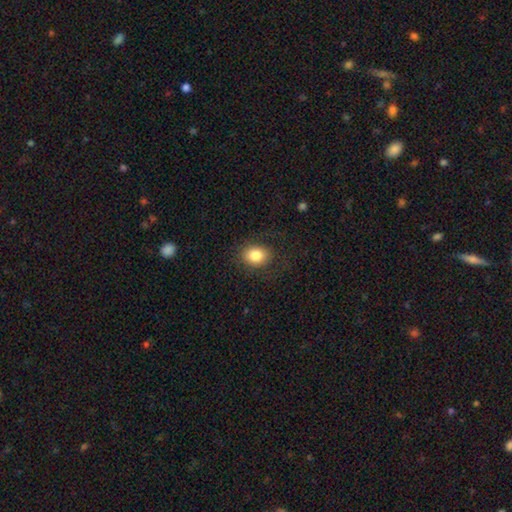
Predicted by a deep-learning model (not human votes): Q: Smooth or featured?
A: smooth (83%); runner-up: star or artifact (9%)
Q: How rounded?
A: in between (56%); runner-up: round (43%)
Q: Merging?
A: none (82%); runner-up: minor disturbance (11%)